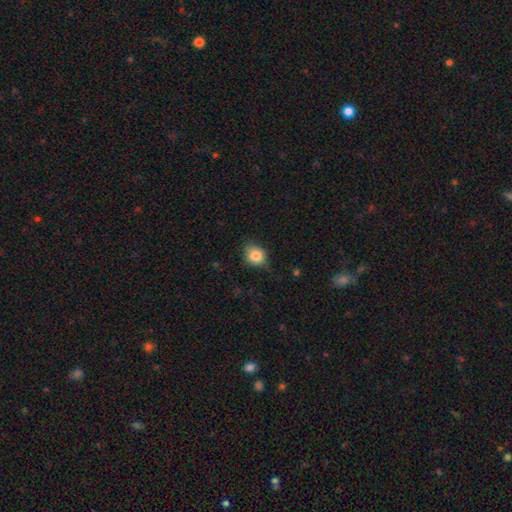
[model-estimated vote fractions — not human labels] Smooth or featured? Predicted: smooth (p=0.80). How rounded? Predicted: round (p=0.66). Merging? Predicted: none (p=0.65).